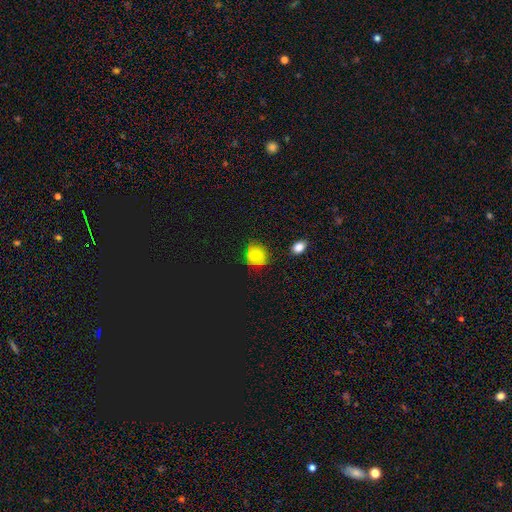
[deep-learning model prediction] Smooth or featured?
  - smooth: 70% *
  - star or artifact: 18%
  - featured or disk: 12%
How rounded?
  - round: 76% *
  - in between: 23%
  - cigar-shaped: 1%
Merging?
  - none: 66% *
  - minor disturbance: 26%
  - major disturbance: 6%
  - merger: 2%